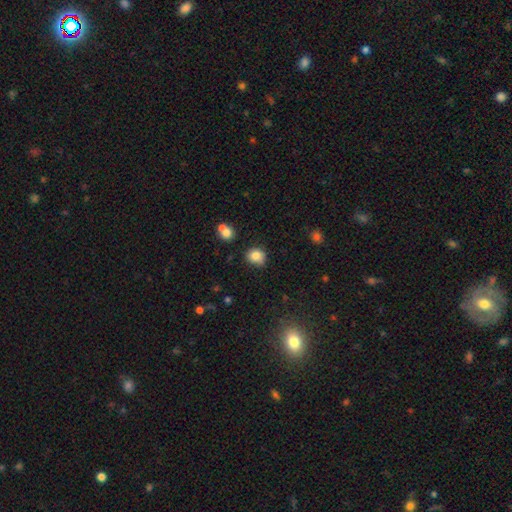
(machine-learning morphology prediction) This appears to be a smooth galaxy with no disk features (82%) that is round (74%). Merging: none (64%).